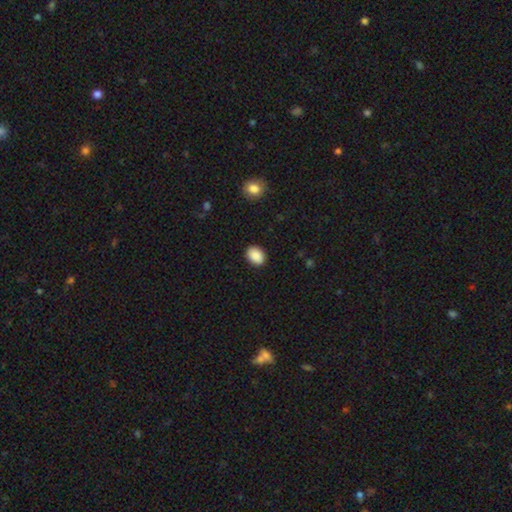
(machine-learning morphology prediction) A smooth galaxy with no disk features (90%) that is in between round and cigar-shaped (69%). Merging: none (89%).